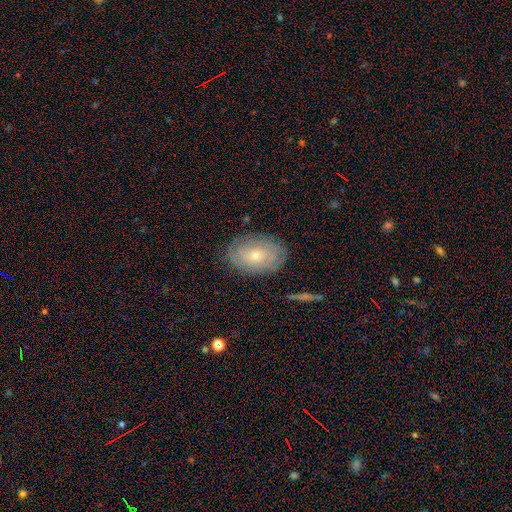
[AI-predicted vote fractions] smooth-or-featured: featured or disk: 53% | smooth: 39% | star or artifact: 8%
  disk-edge-on: no: 93% | yes: 7%
  merging: none: 82% | minor disturbance: 13% | major disturbance: 4% | merger: 1%